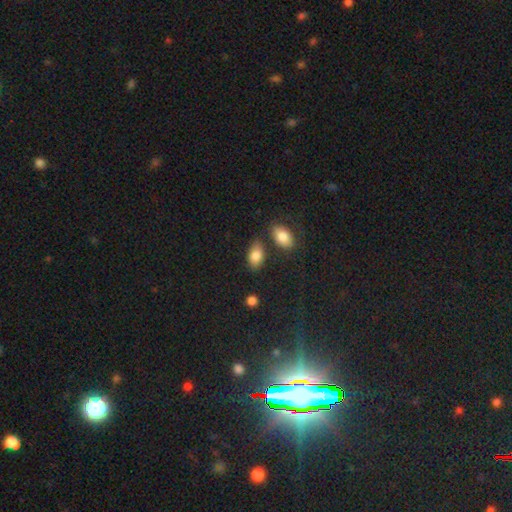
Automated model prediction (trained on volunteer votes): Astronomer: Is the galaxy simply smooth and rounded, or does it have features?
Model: smooth — 84%.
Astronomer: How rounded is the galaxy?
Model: in between — 91%.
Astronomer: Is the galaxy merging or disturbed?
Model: none — 72%.